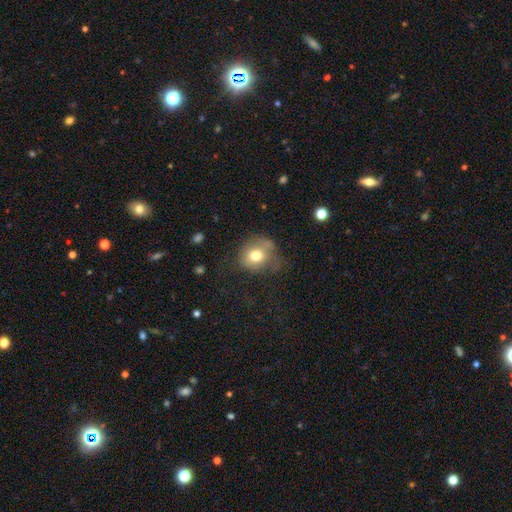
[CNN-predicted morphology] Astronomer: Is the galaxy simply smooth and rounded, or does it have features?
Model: smooth — 74%.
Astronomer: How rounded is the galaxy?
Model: round — 67%.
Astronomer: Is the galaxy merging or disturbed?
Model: none — 46% (runner-up: minor disturbance, 30%).